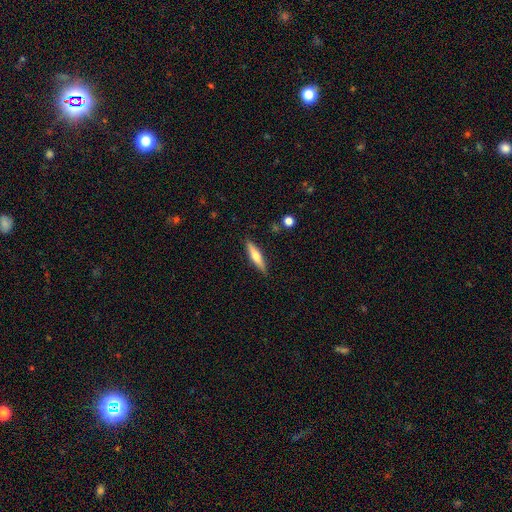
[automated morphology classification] This is possibly a smooth galaxy (55%). How rounded: likely cigar-shaped (79%). Merging: clearly none (88%).